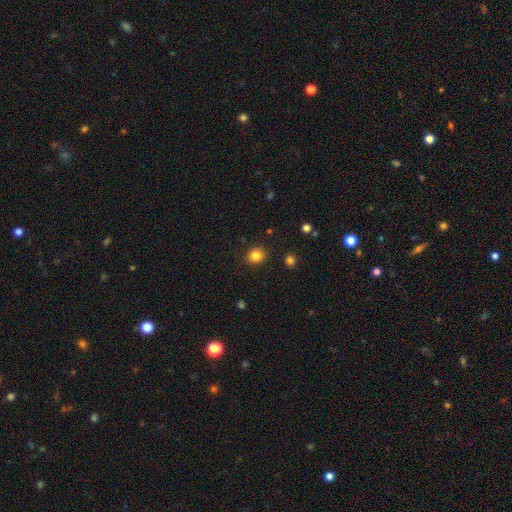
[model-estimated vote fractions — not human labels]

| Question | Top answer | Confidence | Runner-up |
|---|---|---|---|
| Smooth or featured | smooth | 84% | star or artifact (12%) |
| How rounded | round | 82% | in between (17%) |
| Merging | none | 89% | minor disturbance (7%) |